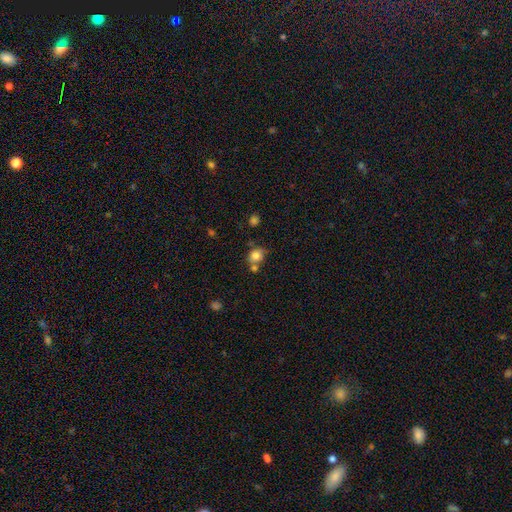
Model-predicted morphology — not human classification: Smooth or featured? smooth (79%)
How rounded? round (64%)
Merging? none (54%)